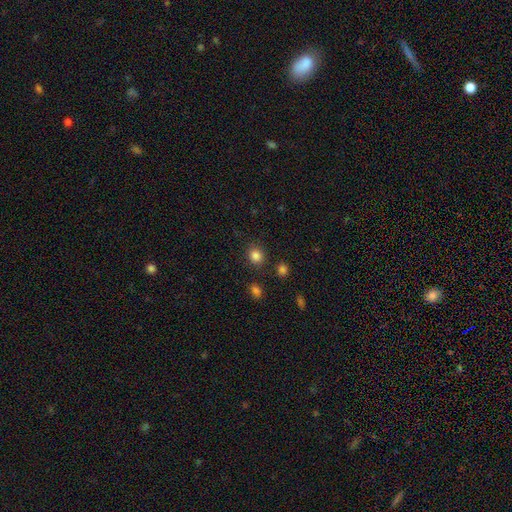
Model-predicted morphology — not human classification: A smooth galaxy with no disk features (84%) that is round (79%). Merging: none (85%).